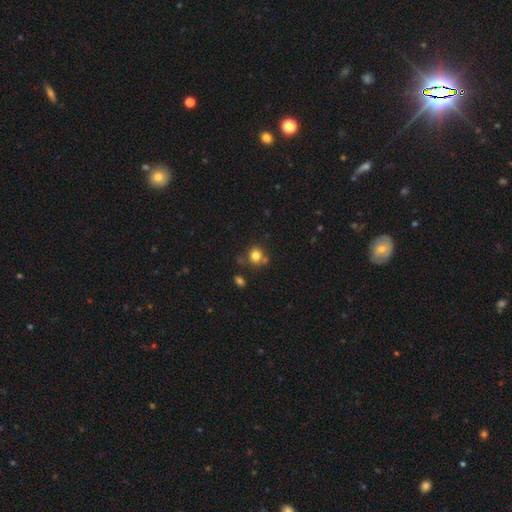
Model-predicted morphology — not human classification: A smooth galaxy with no disk features (80%) that is round (83%).

Vote fractions:
- Smooth or featured? smooth: 80% / star or artifact: 12% / featured or disk: 8%
- How rounded? round: 83% / in between: 16% / cigar-shaped: 1%
- Merging? none: 67% / minor disturbance: 15% / merger: 14% / major disturbance: 5%